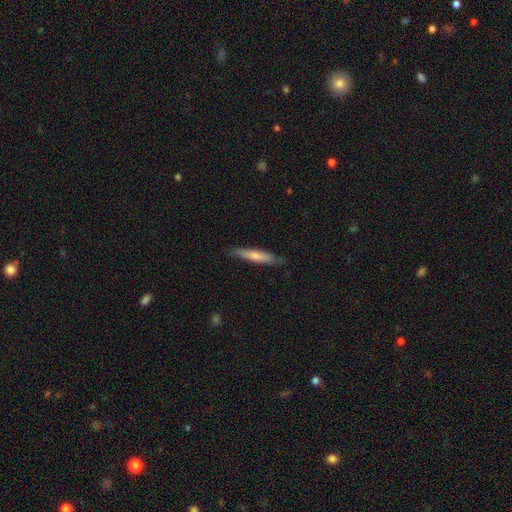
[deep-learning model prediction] Smooth or featured? smooth (68%)
How rounded? cigar-shaped (89%)
Merging? none (84%)